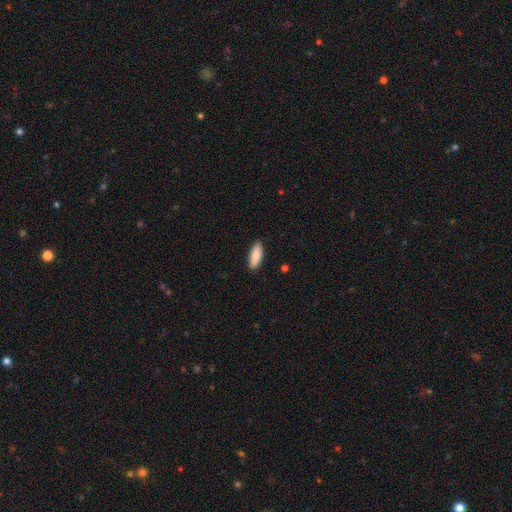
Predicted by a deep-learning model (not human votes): smooth-or-featured: smooth: 85% | featured or disk: 10% | star or artifact: 6%
  how-rounded: in between: 73% | cigar-shaped: 25% | round: 2%
  merging: none: 89% | minor disturbance: 9% | major disturbance: 2% | merger: 1%